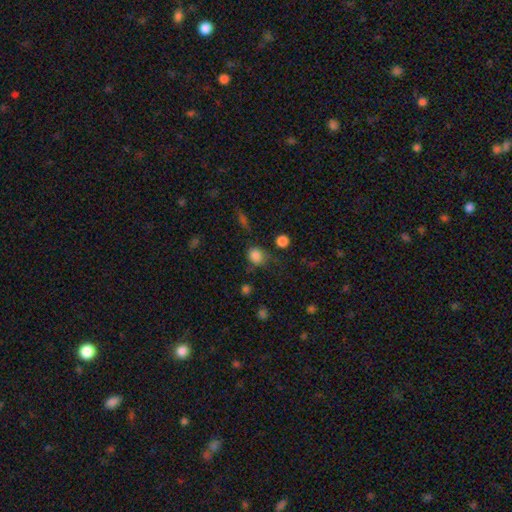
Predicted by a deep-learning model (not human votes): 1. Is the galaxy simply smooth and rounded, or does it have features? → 81% smooth, 13% star or artifact, 6% featured or disk.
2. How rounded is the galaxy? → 71% round, 27% in between, 1% cigar-shaped.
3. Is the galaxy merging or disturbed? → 57% none, 26% minor disturbance, 11% major disturbance, 6% merger.